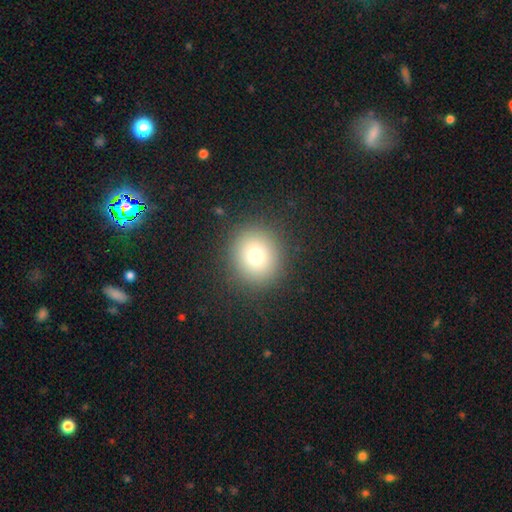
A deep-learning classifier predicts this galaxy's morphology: smooth_or_featured: smooth (p=0.73) [alt: star or artifact p=0.15]
how_rounded: round (p=0.89) [alt: in between p=0.10]
merging: none (p=0.89) [alt: minor disturbance p=0.06]